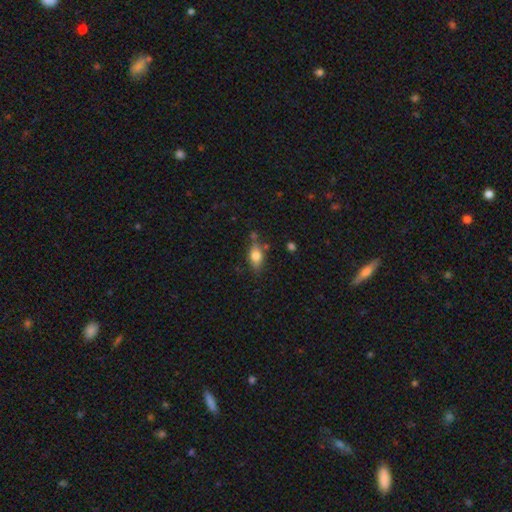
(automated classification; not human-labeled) Smooth or featured? smooth (73%)
How rounded? in between (82%)
Merging? none (71%)